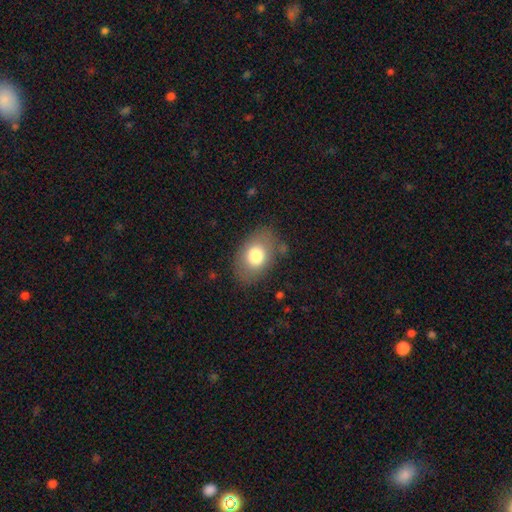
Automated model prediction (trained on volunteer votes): Q: Smooth or featured?
A: smooth (75%); runner-up: featured or disk (17%)
Q: How rounded?
A: in between (81%); runner-up: round (18%)
Q: Merging?
A: none (78%); runner-up: minor disturbance (15%)